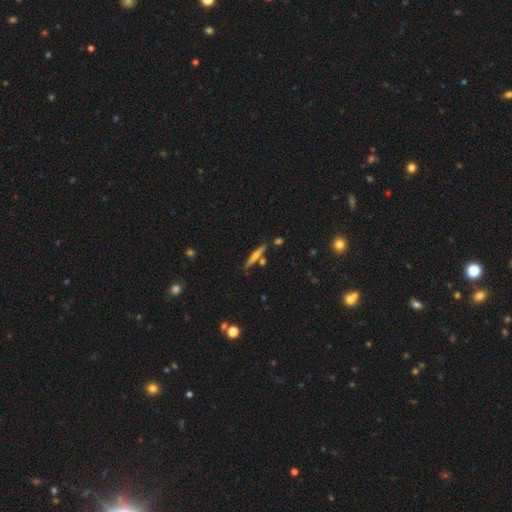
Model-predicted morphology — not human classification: smooth_or_featured: featured or disk (p=0.48) [alt: smooth p=0.44]
merging: none (p=0.77) [alt: minor disturbance p=0.11]